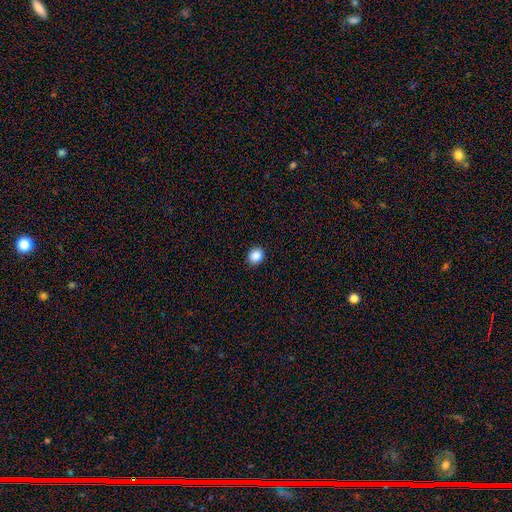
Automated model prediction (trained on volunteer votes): Q: Smooth or featured?
A: smooth (88%); runner-up: star or artifact (9%)
Q: How rounded?
A: round (71%); runner-up: in between (28%)
Q: Merging?
A: none (91%); runner-up: minor disturbance (6%)